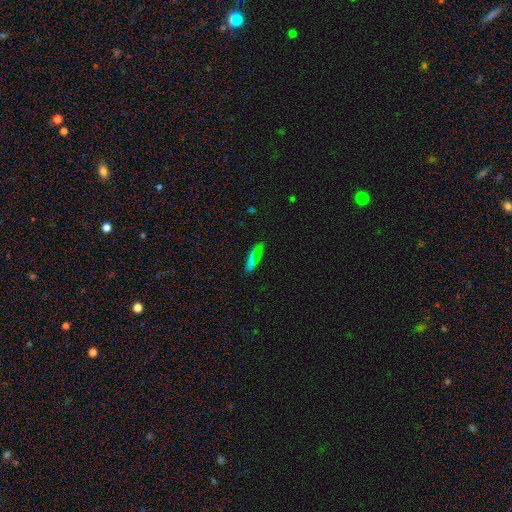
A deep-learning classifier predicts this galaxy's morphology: The model was most divided on "how rounded": cigar-shaped: 63%, in between: 32%, round: 5%. More confident: merging — none (81%); smooth or featured — smooth (67%).